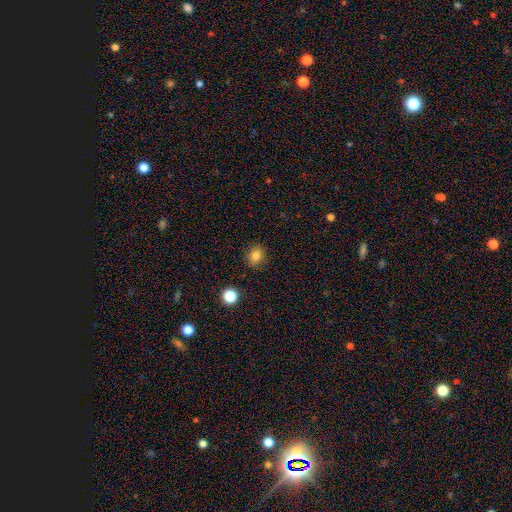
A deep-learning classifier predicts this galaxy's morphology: Smooth or featured? Predicted: smooth (p=0.81). How rounded? Predicted: round (p=0.73). Merging? Predicted: none (p=0.87).